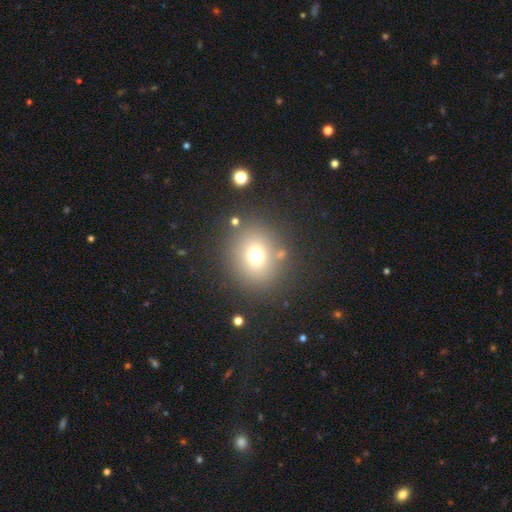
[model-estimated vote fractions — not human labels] A smooth galaxy with no disk features (70%) that is round (79%). Merging: none (81%).